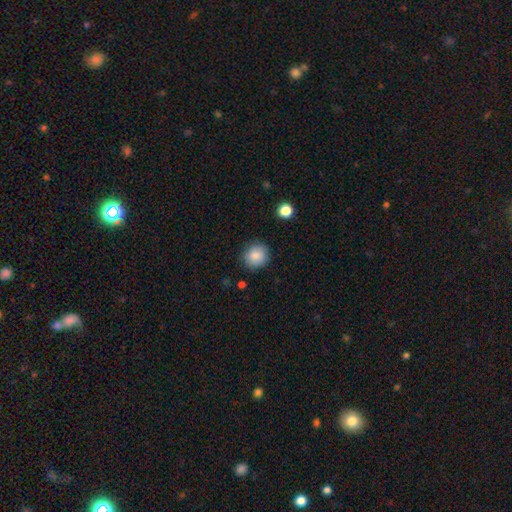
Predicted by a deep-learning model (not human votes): This is clearly a smooth galaxy (86%). How rounded: clearly round (84%). Merging: clearly none (86%).